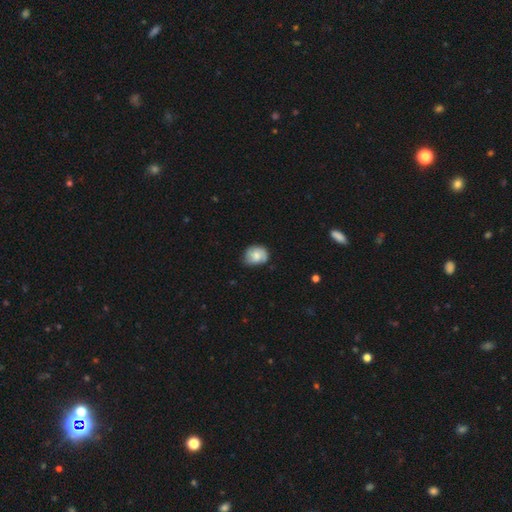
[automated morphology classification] A smooth galaxy with no disk features (63%) that is round (57%).

Vote fractions:
- Smooth or featured? smooth: 63% / featured or disk: 29% / star or artifact: 7%
- How rounded? round: 57% / in between: 42% / cigar-shaped: 1%
- Merging? none: 62% / minor disturbance: 30% / major disturbance: 6% / merger: 2%